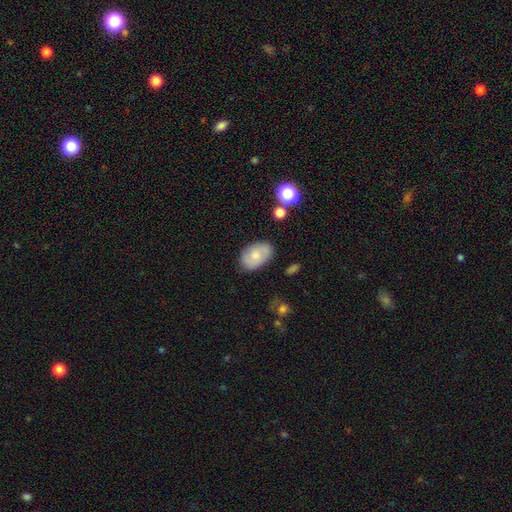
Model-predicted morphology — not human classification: Smooth or featured?
  - smooth: 71% *
  - featured or disk: 22%
  - star or artifact: 7%
How rounded?
  - in between: 89% *
  - round: 10%
  - cigar-shaped: 1%
Merging?
  - none: 78% *
  - minor disturbance: 16%
  - major disturbance: 4%
  - merger: 2%